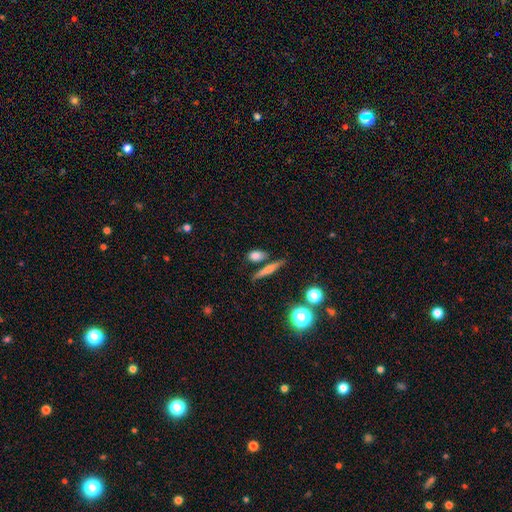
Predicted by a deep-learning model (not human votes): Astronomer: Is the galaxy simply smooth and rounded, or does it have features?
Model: smooth — 76%.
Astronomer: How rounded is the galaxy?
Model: in between — 51% (runner-up: cigar-shaped, 30%).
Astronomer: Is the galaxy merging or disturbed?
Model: none — 69%.